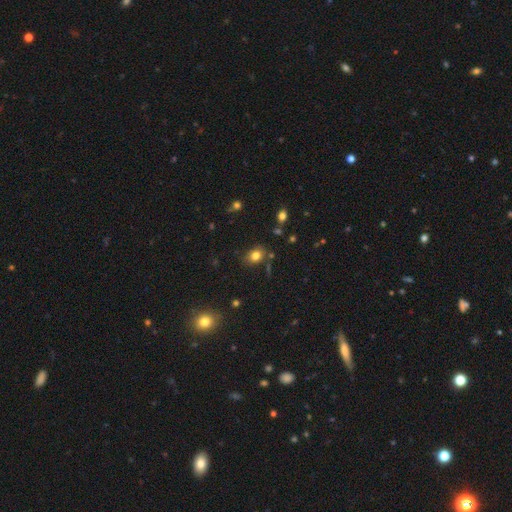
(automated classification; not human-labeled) The model was most divided on "how rounded": in between: 55%, round: 44%, cigar-shaped: 1%. More confident: smooth or featured — smooth (79%); merging — none (78%).